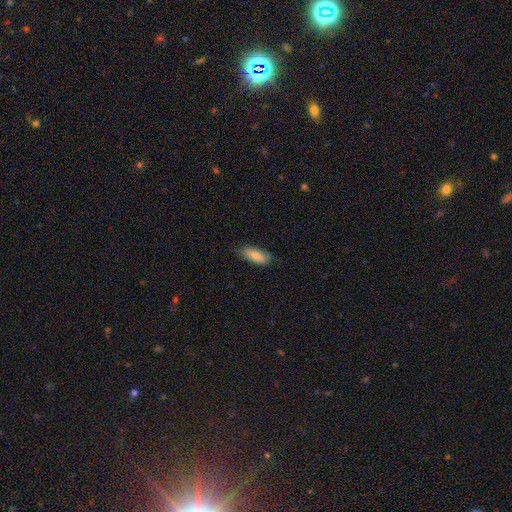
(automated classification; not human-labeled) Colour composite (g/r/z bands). It shows a smooth galaxy with no disk features (84%) that is in between round and cigar-shaped (76%). Merging: none (80%).